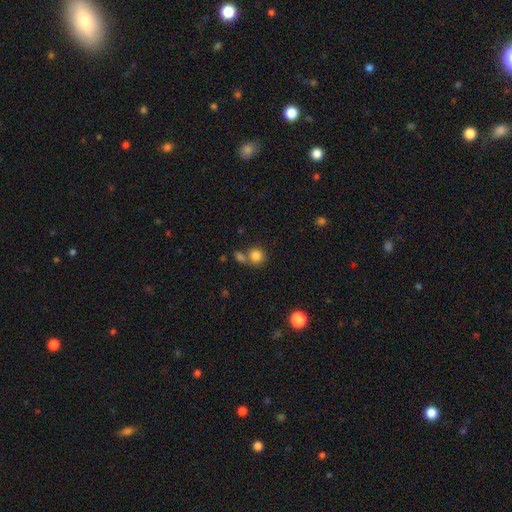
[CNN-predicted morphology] Smooth or featured? Predicted: smooth (p=0.83). How rounded? Predicted: round (p=0.86). Merging? Predicted: none (p=0.56).